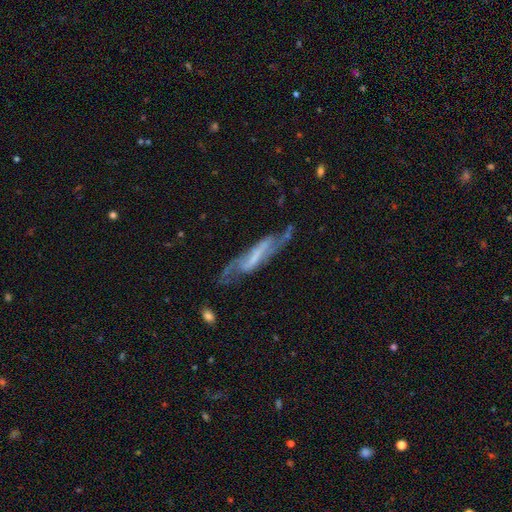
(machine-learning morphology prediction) smooth-or-featured: featured or disk: 79% | smooth: 14% | star or artifact: 7%
  disk-edge-on: no: 70% | yes: 30%
    bar: strong: 49% | weak: 33% | no: 18%
    has-spiral-arms: yes: 86% | no: 14%
    bulge-size: small: 39% | none: 37% | moderate: 19% | large: 4% | dominant: 1%
  merging: none: 60% | minor disturbance: 21% | major disturbance: 15% | merger: 4%